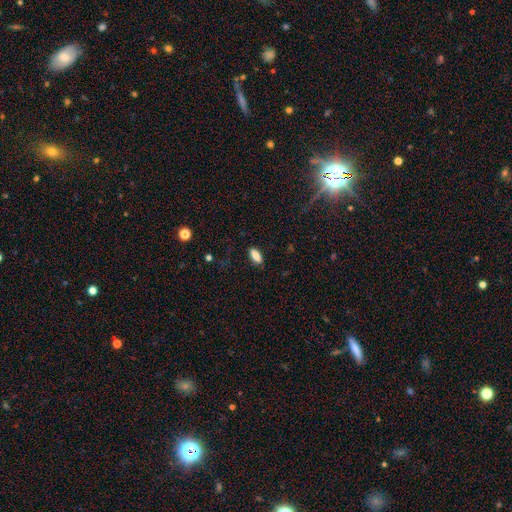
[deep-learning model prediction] The model was most divided on "how rounded": in between: 77%, cigar-shaped: 21%, round: 3%. More confident: merging — none (86%); smooth or featured — smooth (84%).